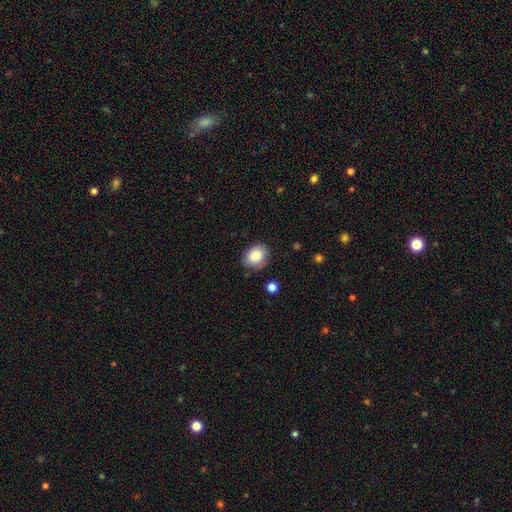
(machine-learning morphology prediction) Smooth or featured? smooth (85%)
How rounded? in between (55%)
Merging? none (75%)